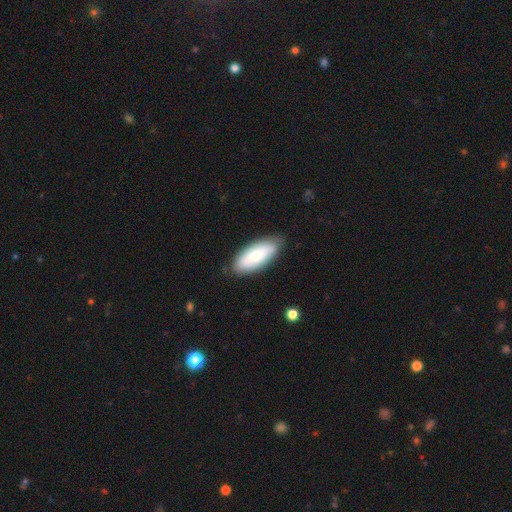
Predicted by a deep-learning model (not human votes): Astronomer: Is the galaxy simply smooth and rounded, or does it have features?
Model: smooth — 75%.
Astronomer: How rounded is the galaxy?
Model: in between — 81%.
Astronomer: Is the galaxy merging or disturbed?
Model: none — 82%.